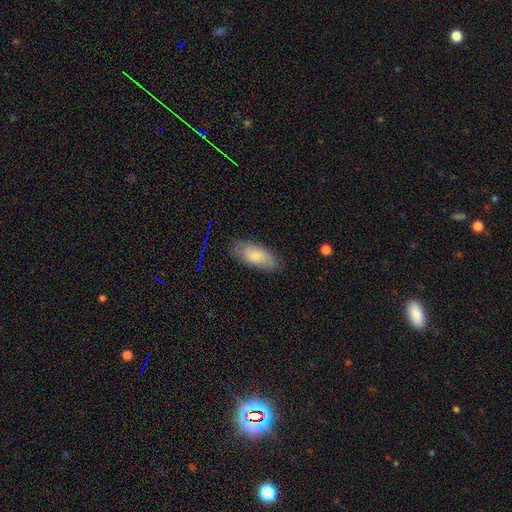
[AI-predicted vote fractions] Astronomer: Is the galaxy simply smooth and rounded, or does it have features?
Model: smooth — 64%.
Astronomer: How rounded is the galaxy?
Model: in between — 86%.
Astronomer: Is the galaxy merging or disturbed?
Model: none — 76%.